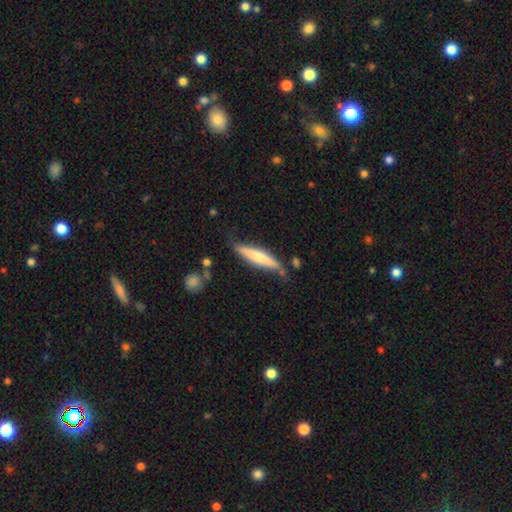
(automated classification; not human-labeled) A smooth galaxy with no disk features (49%). Merging: none (62%).